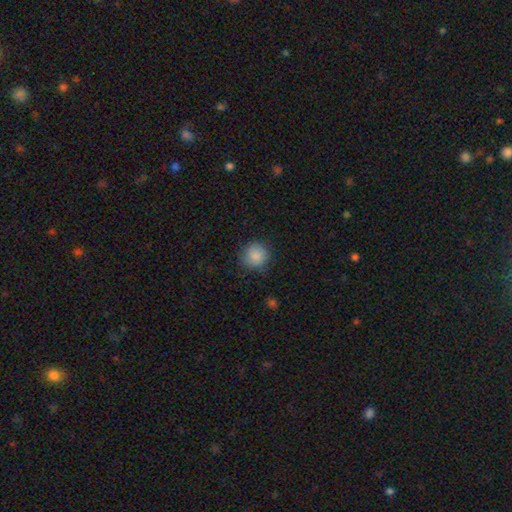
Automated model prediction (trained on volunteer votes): smooth 87%, star or artifact 8%, featured or disk 5%. Down the decision tree: how rounded — round (92%); merging — none (81%).